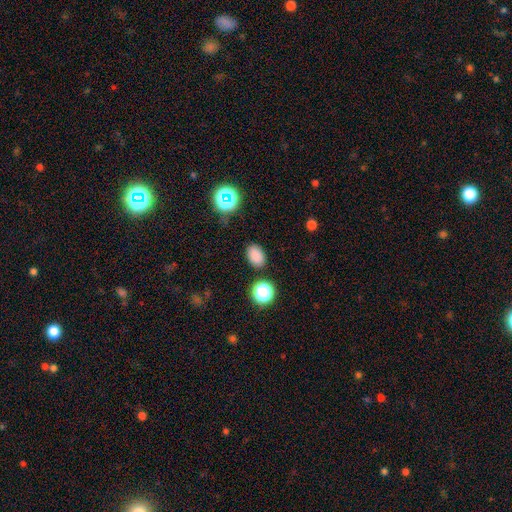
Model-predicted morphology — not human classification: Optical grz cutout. It shows a smooth galaxy with no disk features (82%) that is in between round and cigar-shaped (80%). Merging: none (85%).